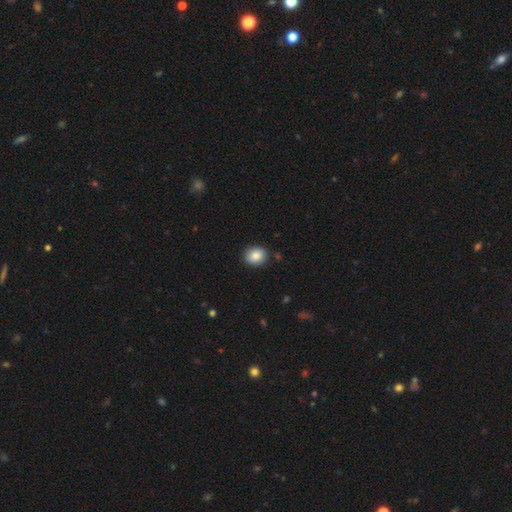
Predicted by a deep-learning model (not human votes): A smooth galaxy with no disk features (86%) that is round (65%). Merging: none (88%).